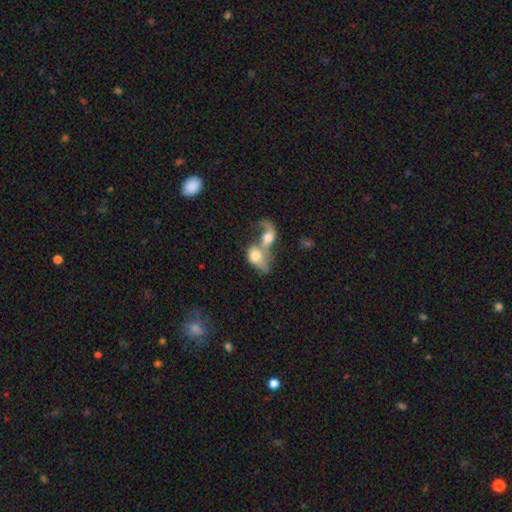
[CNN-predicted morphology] Smooth or featured?
  - smooth: 56% *
  - featured or disk: 35%
  - star or artifact: 9%
How rounded?
  - in between: 64% *
  - round: 32%
  - cigar-shaped: 3%
Merging?
  - merger: 83% *
  - major disturbance: 8%
  - none: 6%
  - minor disturbance: 3%